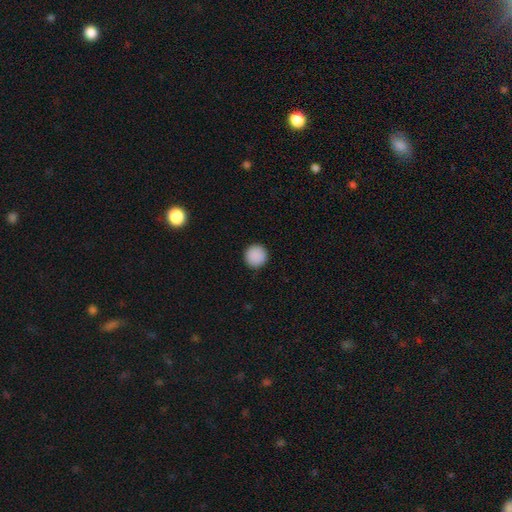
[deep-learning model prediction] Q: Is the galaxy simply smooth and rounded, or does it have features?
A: smooth — 90%.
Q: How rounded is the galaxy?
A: round — 95%.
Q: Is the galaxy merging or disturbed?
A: none — 93%.